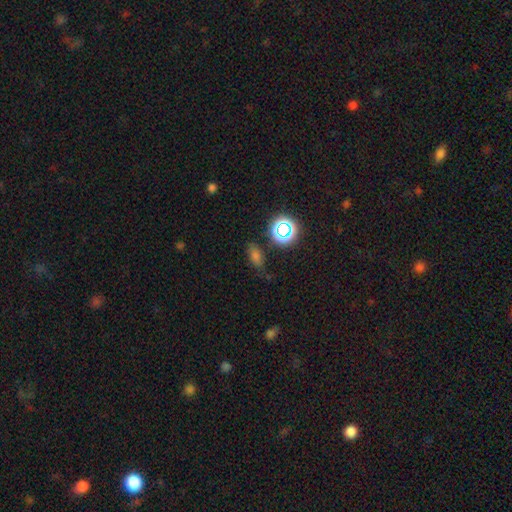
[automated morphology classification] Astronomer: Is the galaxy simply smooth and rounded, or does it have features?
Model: smooth — 63%.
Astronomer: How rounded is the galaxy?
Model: in between — 75%.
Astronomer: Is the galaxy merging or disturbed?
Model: none — 71%.